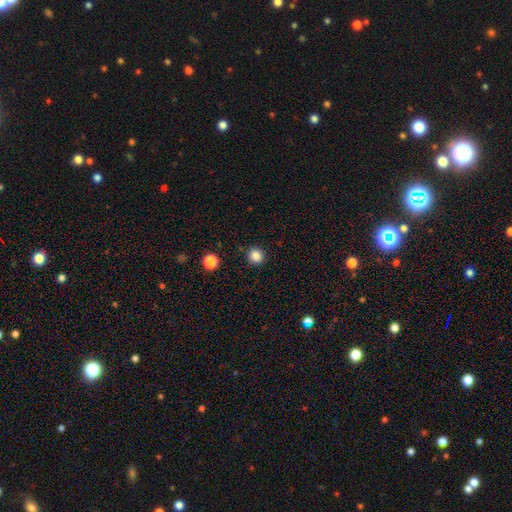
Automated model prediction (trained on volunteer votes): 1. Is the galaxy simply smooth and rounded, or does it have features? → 85% smooth, 11% star or artifact, 3% featured or disk.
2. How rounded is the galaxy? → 88% round, 11% in between, 1% cigar-shaped.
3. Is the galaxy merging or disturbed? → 89% none, 7% minor disturbance, 2% major disturbance, 2% merger.